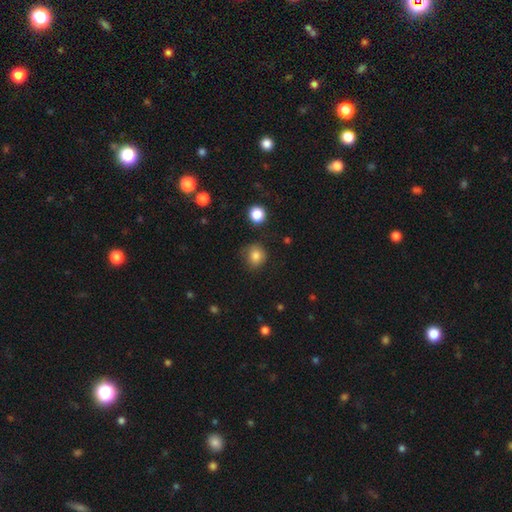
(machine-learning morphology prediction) Smooth or featured? smooth (83%)
How rounded? round (82%)
Merging? none (73%)